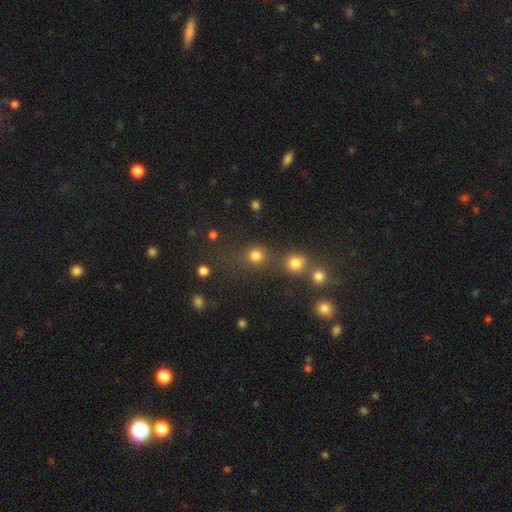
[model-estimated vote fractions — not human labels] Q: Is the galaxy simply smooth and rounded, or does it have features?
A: smooth — 80%.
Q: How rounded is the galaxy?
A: round — 90%.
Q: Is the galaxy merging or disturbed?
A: none — 65%.